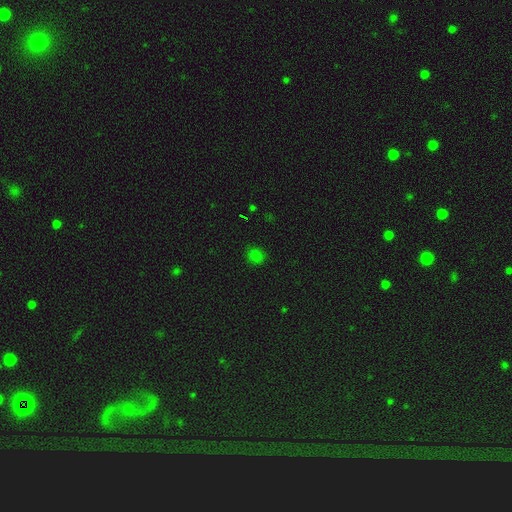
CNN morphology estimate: Overall: smooth (76%). How rounded: round (79%). Merging: none (86%).